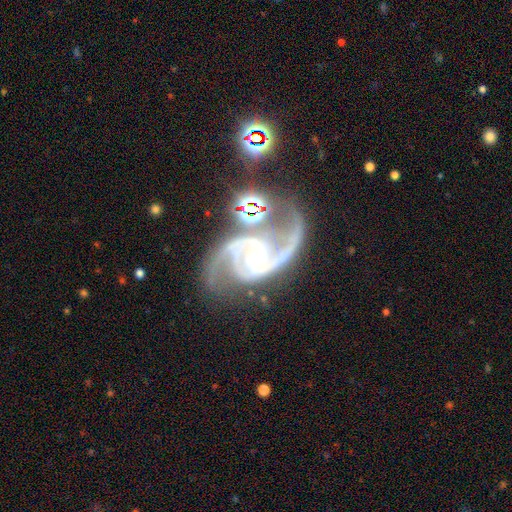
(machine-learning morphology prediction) A featured or disk galaxy (91%) with no bar (47%), 2 (72%) medium (60%) spiral arms (99%) and a moderate central bulge (59%).

Vote fractions:
- Smooth or featured? featured or disk: 91% / star or artifact: 6% / smooth: 2%
- Edge-on disk? no: 98% / yes: 2%
- Bar? no: 47% / weak: 34% / strong: 19%
- Spiral arms? yes: 99% / no: 1%
- Spiral winding? medium: 60% / tight: 24% / loose: 16%
- Spiral arm count? 2: 72% / 3: 17% / can't tell: 4% / 1: 3% / 4: 3% / more than 4: 2%
- Bulge size? moderate: 59% / small: 36% / large: 3% / none: 1% / dominant: 1%
- Merging? none: 52% / minor disturbance: 21% / major disturbance: 17% / merger: 11%